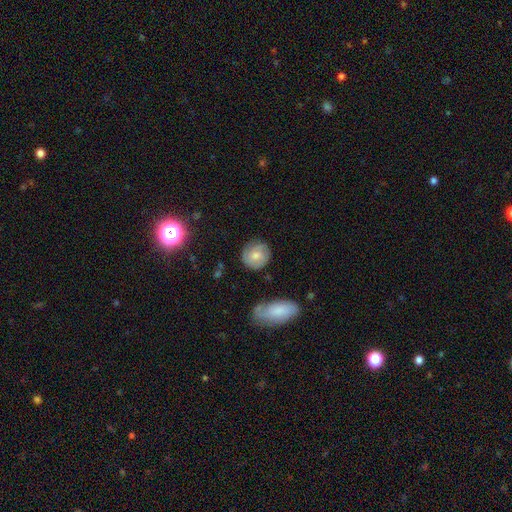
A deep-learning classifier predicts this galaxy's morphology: Smooth or featured: smooth — 53% (featured or disk — 39%)
How rounded: round — 85% (in between — 14%)
Merging: none — 78% (minor disturbance — 16%)